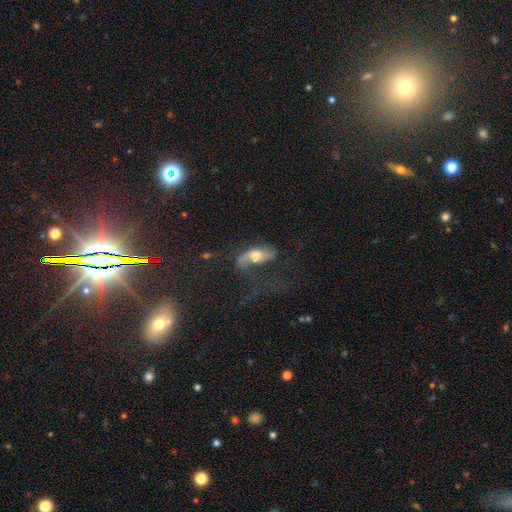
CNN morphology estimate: Smooth or featured? featured or disk (57%)
Edge-on disk? no (83%)
Merging? major disturbance (41%)